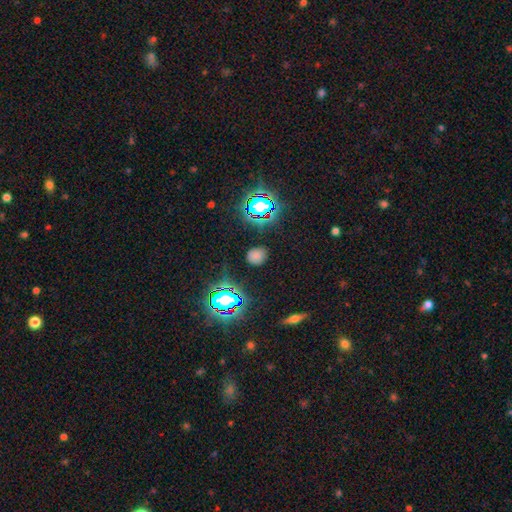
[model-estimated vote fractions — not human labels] Smooth or featured: smooth — 63% (star or artifact — 30%)
How rounded: round — 76% (in between — 22%)
Merging: none — 85% (minor disturbance — 10%)